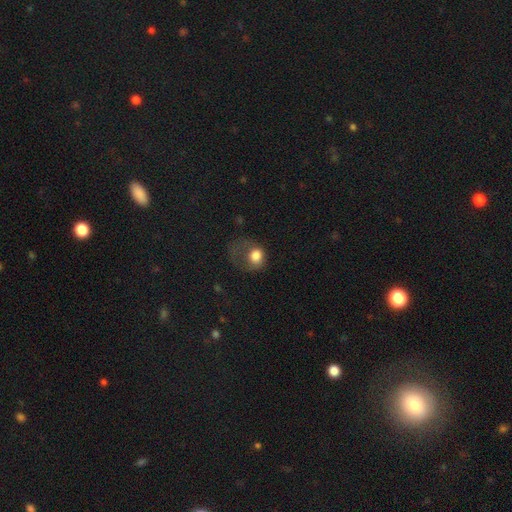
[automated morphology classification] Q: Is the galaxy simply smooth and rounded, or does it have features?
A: smooth — 72%.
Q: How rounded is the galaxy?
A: round — 58%.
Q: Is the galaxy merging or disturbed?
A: major disturbance — 55%.